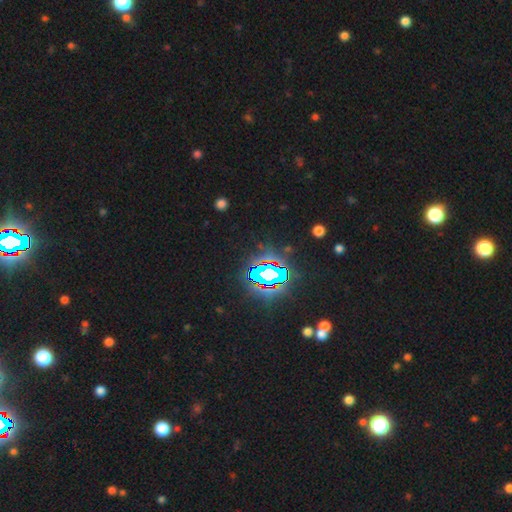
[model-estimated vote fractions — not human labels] Morphology: type=star or artifact (85%).